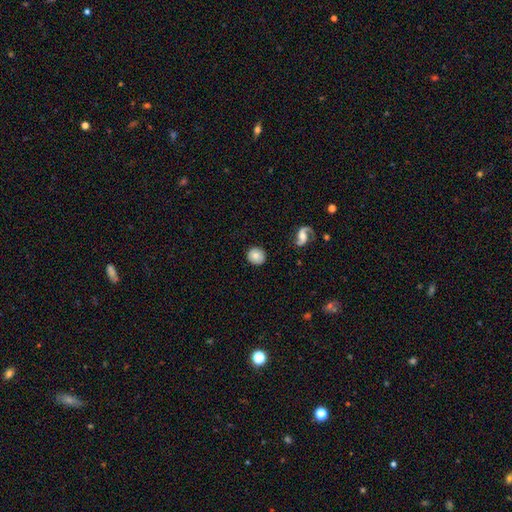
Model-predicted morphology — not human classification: The model was most divided on "smooth or featured": smooth: 72%, featured or disk: 21%, star or artifact: 8%. More confident: how rounded — round (89%); merging — none (87%).